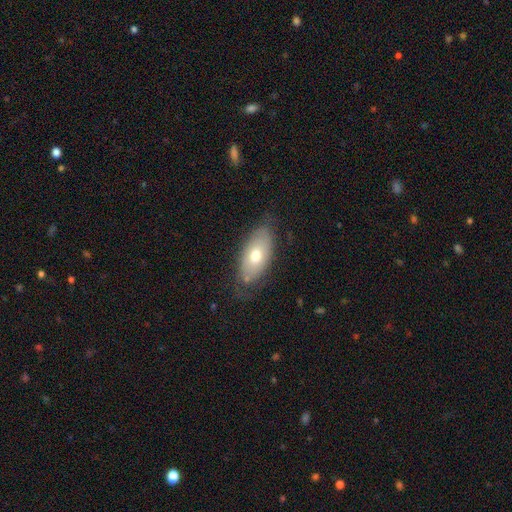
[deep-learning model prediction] Smooth or featured? smooth (57%)
How rounded? in between (90%)
Merging? none (71%)